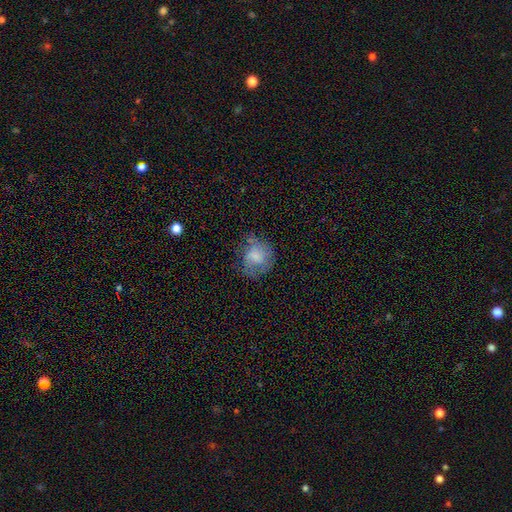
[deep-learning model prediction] This is possibly a smooth galaxy (51%). How rounded: likely round (75%). Merging: possibly none (56%).